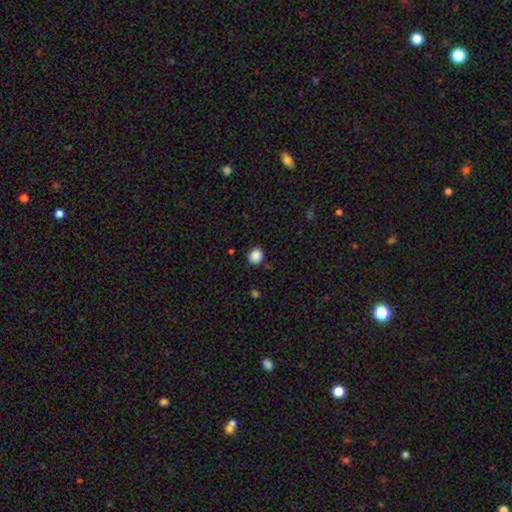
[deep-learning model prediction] smooth_or_featured: smooth (p=0.88) [alt: star or artifact p=0.10]
how_rounded: round (p=0.80) [alt: in between p=0.19]
merging: none (p=0.87) [alt: minor disturbance p=0.09]